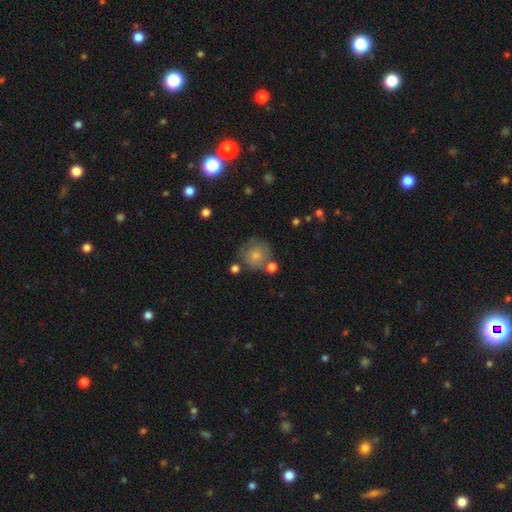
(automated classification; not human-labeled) The model was most divided on "merging": none: 60%, minor disturbance: 19%, merger: 13%, major disturbance: 8%. More confident: how rounded — round (89%); smooth or featured — smooth (69%).